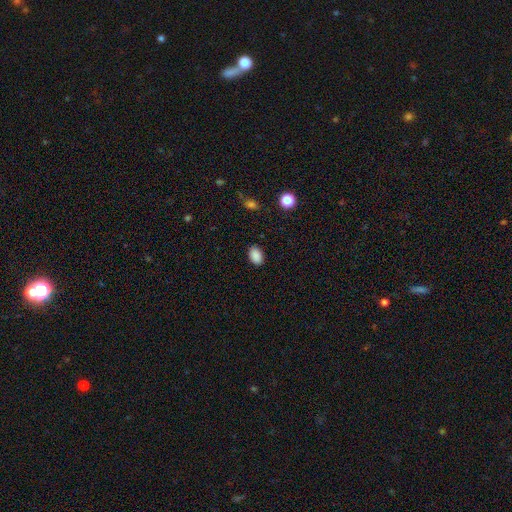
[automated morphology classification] This is clearly a smooth galaxy (88%). How rounded: clearly in between (84%). Merging: clearly none (87%).